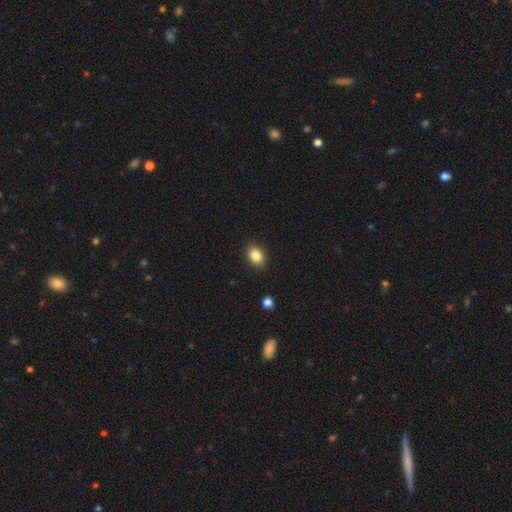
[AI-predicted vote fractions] Morphology: type=smooth (85%); roundness=in between (74%); merging=none (89%).